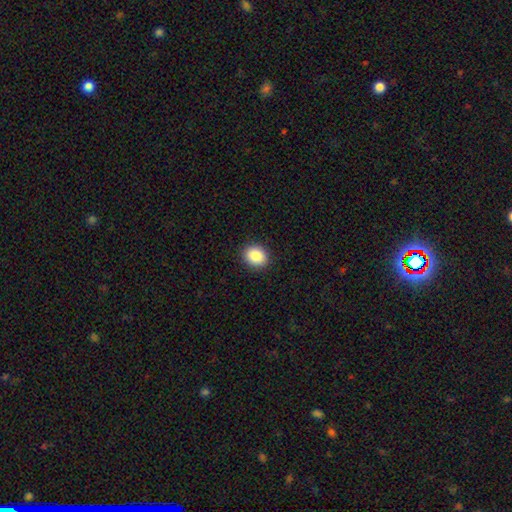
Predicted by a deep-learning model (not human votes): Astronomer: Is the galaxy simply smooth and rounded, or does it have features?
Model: smooth — 87%.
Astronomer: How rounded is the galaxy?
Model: round — 59% (runner-up: in between, 40%).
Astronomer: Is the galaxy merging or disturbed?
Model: none — 91%.